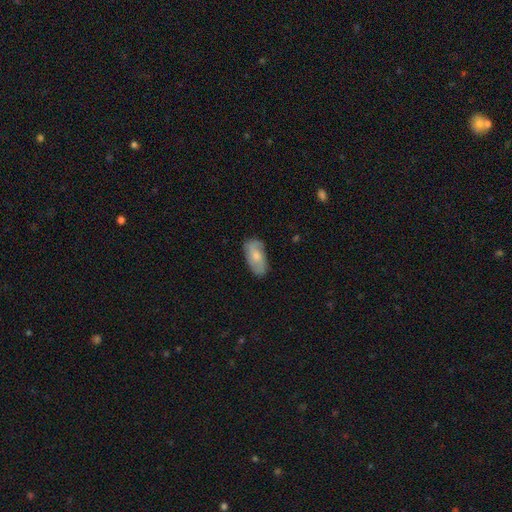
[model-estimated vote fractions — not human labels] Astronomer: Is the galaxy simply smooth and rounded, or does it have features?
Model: featured or disk — 46%, tied with smooth at 46%.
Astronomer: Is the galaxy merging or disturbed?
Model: none — 79%.